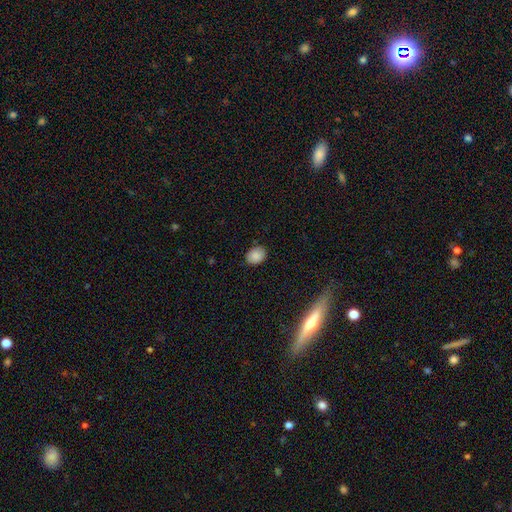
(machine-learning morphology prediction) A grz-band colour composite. It shows a smooth galaxy with no disk features (87%) that is in between round and cigar-shaped (61%). Merging: none (86%).